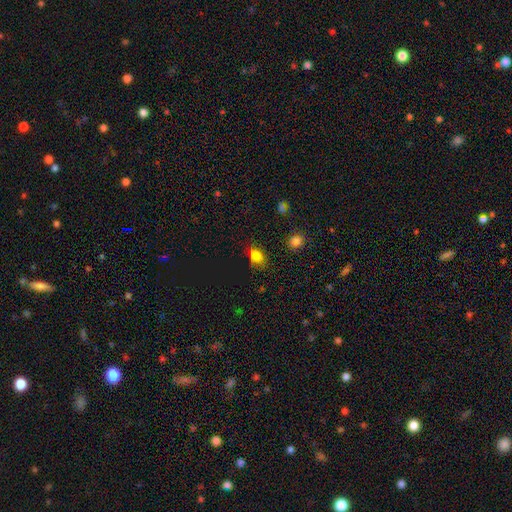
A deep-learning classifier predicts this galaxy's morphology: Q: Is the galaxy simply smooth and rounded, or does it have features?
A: smooth — 79%.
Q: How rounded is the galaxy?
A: in between — 72%.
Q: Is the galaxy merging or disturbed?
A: none — 70%.